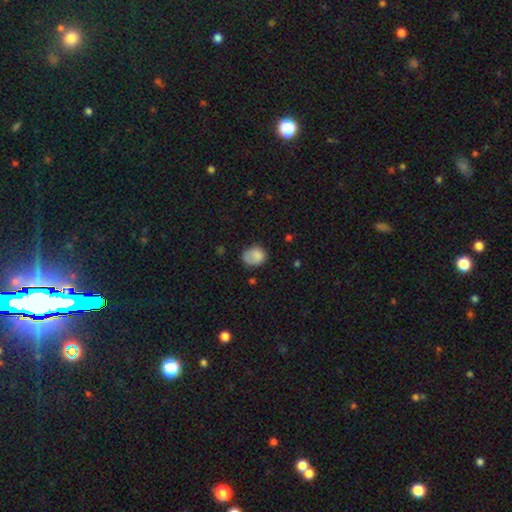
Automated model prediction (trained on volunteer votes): The model was most divided on "how rounded": round: 58%, in between: 42%, cigar-shaped: 1%. More confident: smooth or featured — smooth (81%); merging — none (56%).